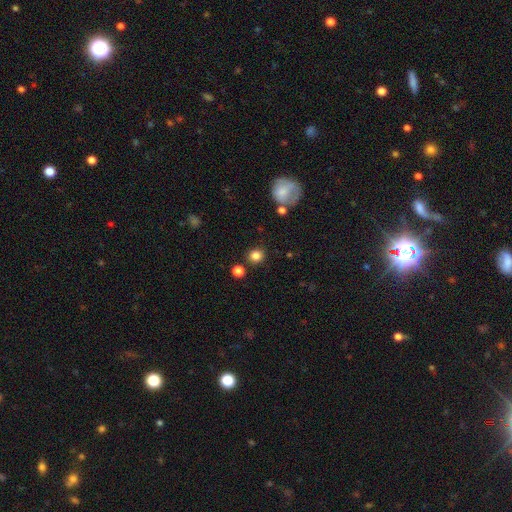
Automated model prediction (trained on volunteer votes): smooth 82%, star or artifact 12%, featured or disk 5%. Down the decision tree: how rounded — round (86%); merging — none (84%).